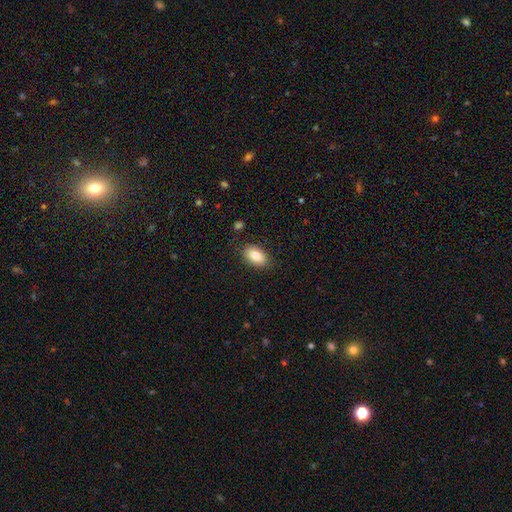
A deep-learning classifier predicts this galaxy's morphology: Overall: smooth (83%). How rounded: in between (91%). Merging: none (84%).